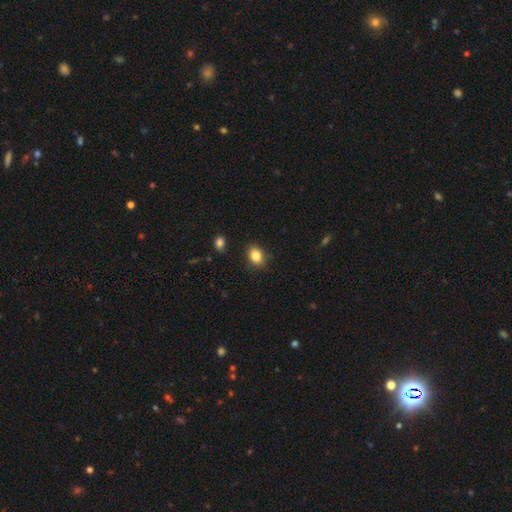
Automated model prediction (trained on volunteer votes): The model was most divided on "how rounded": in between: 71%, round: 27%, cigar-shaped: 1%. More confident: smooth or featured — smooth (85%); merging — none (84%).